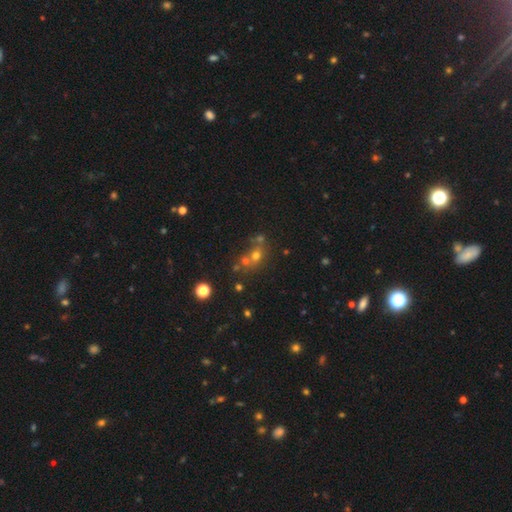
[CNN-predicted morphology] The model was most divided on "merging": none: 48%, merger: 38%, minor disturbance: 9%, major disturbance: 5%. More confident: how rounded — round (77%); smooth or featured — smooth (55%).